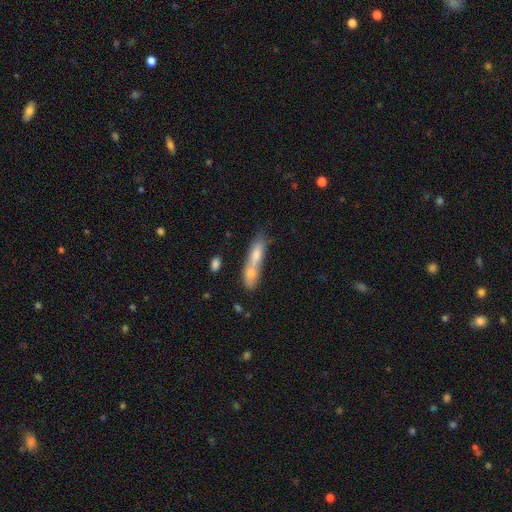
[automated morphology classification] smooth_or_featured: smooth (p=0.63) [alt: featured or disk p=0.27]
how_rounded: cigar-shaped (p=0.59) [alt: in between p=0.36]
merging: merger (p=0.61) [alt: none p=0.25]